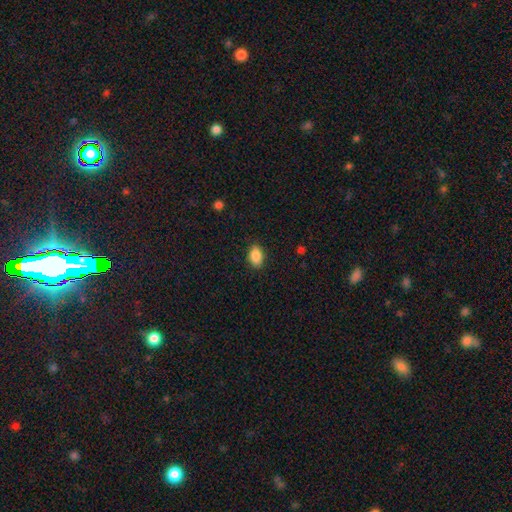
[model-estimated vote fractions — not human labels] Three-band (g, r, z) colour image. It shows a smooth galaxy with no disk features (88%) that is in between round and cigar-shaped (89%). Merging: none (87%).